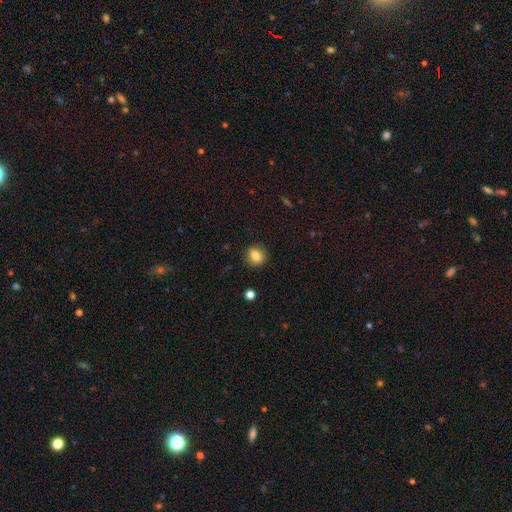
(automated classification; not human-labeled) This appears to be a smooth galaxy with no disk features (82%) that is round (76%). Merging: none (88%).